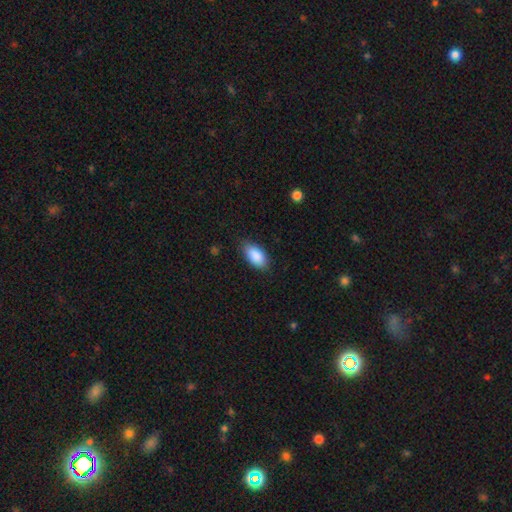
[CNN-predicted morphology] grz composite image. It shows a smooth galaxy with no disk features (89%) that is in between round and cigar-shaped (94%). Merging: none (78%).